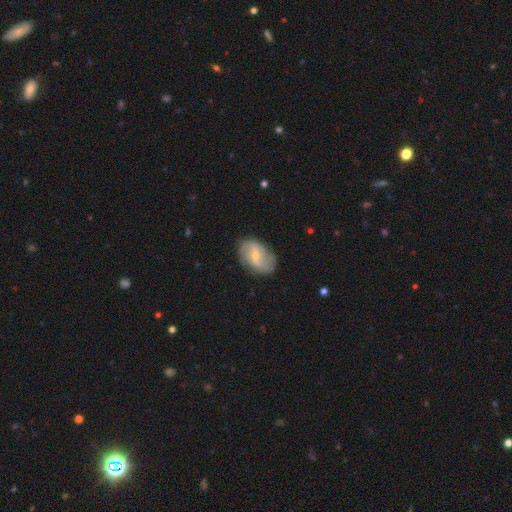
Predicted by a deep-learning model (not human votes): Smooth or featured?
  - featured or disk: 74% *
  - smooth: 20%
  - star or artifact: 6%
Edge-on disk?
  - no: 97% *
  - yes: 3%
Bar?
  - weak: 50% *
  - no: 36%
  - strong: 14%
Spiral arms?
  - yes: 90% *
  - no: 10%
Spiral winding?
  - medium: 41% *
  - loose: 40%
  - tight: 19%
Spiral arm count?
  - 2: 72% *
  - can't tell: 14%
  - 3: 7%
  - 1: 3%
  - 4: 2%
  - more than 4: 2%
Bulge size?
  - small: 65% *
  - moderate: 31%
  - none: 2%
  - large: 1%
  - dominant: 1%
Merging?
  - none: 74% *
  - minor disturbance: 19%
  - major disturbance: 6%
  - merger: 2%